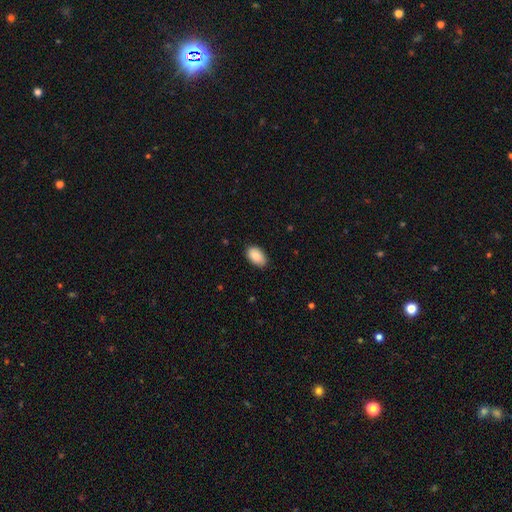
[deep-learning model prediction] Overall: smooth (87%). How rounded: in between (93%). Merging: none (84%).